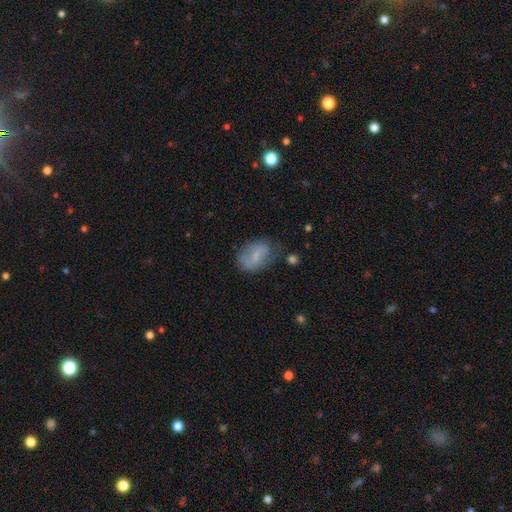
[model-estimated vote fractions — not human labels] This appears to be a smooth galaxy with no disk features (57%) that is in between round and cigar-shaped (81%). Merging: none (58%).